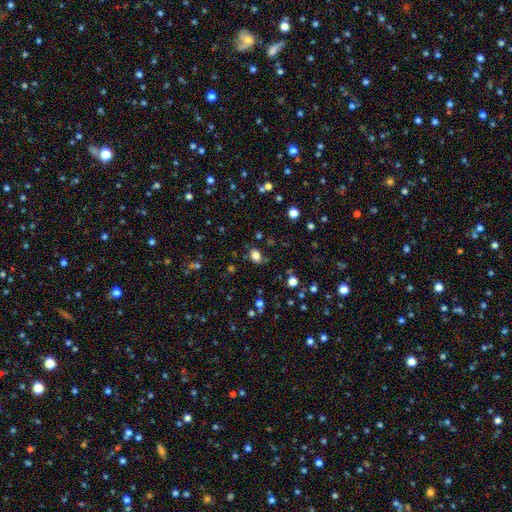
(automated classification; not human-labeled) A smooth galaxy with no disk features (81%) that is in between round and cigar-shaped (78%). Merging: none (74%).